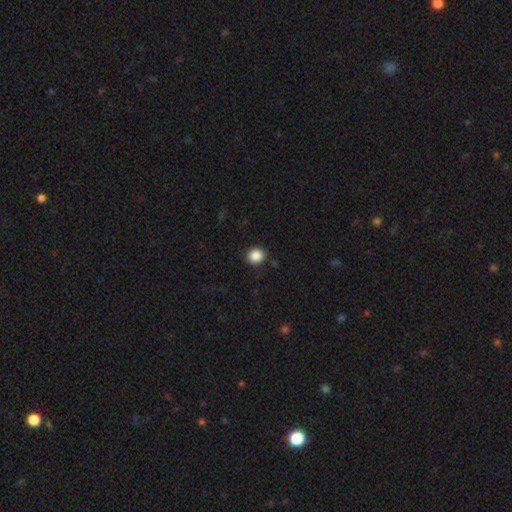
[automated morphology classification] smooth_or_featured: smooth (p=0.88) [alt: star or artifact p=0.09]
how_rounded: round (p=0.80) [alt: in between p=0.19]
merging: none (p=0.90) [alt: minor disturbance p=0.07]